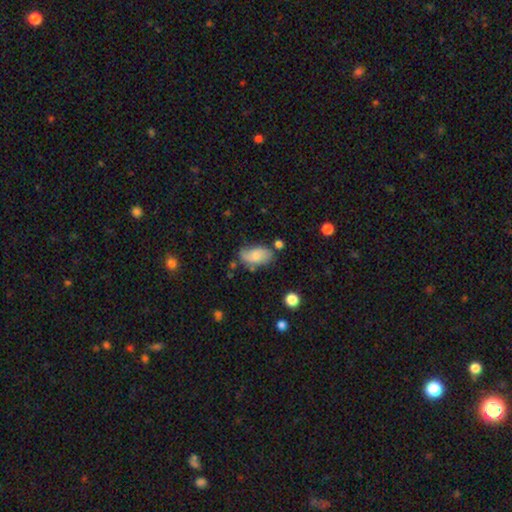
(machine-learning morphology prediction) The model was most divided on "merging": none: 56%, minor disturbance: 29%, major disturbance: 9%, merger: 7%. More confident: how rounded — in between (93%); smooth or featured — smooth (68%).